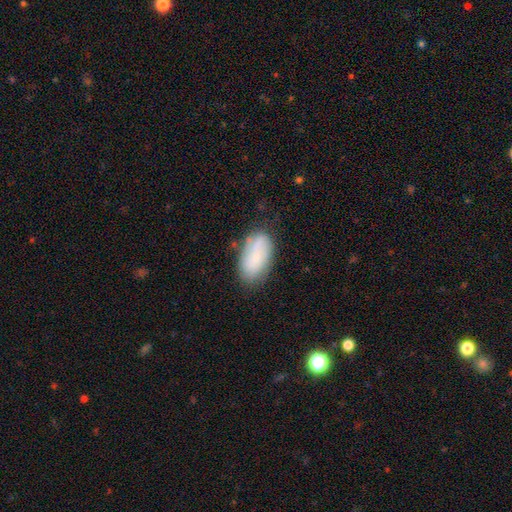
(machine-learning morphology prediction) Smooth or featured? Predicted: smooth (p=0.58). How rounded? Predicted: in between (p=0.92). Merging? Predicted: none (p=0.70).